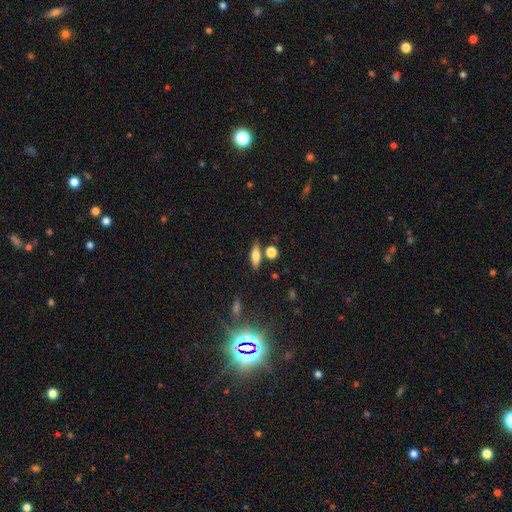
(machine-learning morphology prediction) Overall: smooth (62%; featured or disk 28%). How rounded: in between (57%; cigar-shaped 37%). Merging: none (74%).